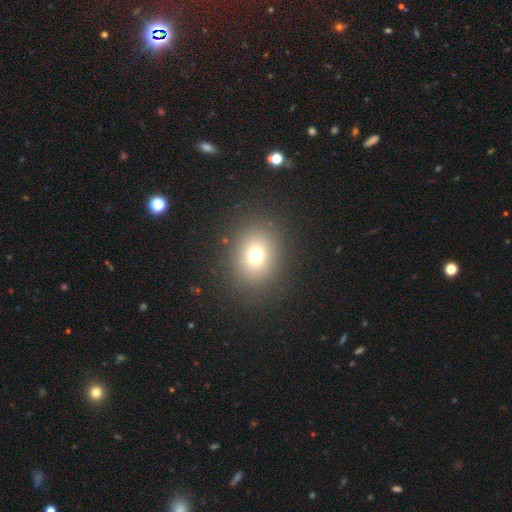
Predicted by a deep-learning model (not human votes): Smooth or featured?
  - smooth: 73% *
  - star or artifact: 17%
  - featured or disk: 11%
How rounded?
  - round: 61% *
  - in between: 38%
  - cigar-shaped: 1%
Merging?
  - none: 87% *
  - minor disturbance: 7%
  - major disturbance: 4%
  - merger: 1%